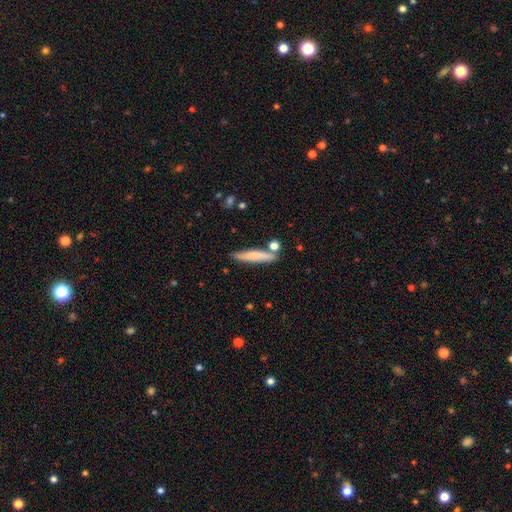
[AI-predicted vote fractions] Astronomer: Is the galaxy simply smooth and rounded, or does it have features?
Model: smooth — 67%.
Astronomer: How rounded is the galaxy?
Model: cigar-shaped — 89%.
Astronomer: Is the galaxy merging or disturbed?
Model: none — 77%.